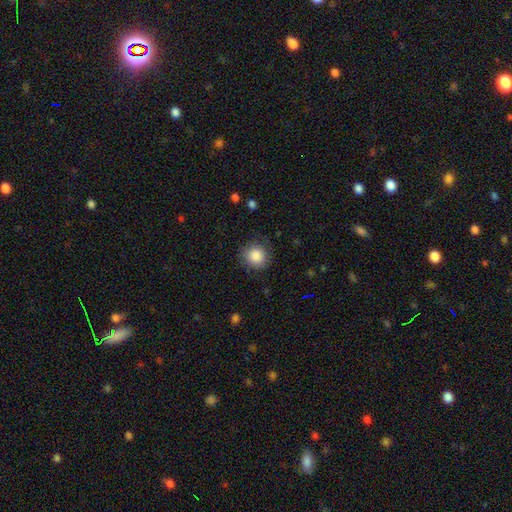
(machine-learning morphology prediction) A smooth galaxy with no disk features (86%) that is round (89%).

Vote fractions:
- Smooth or featured? smooth: 86% / star or artifact: 9% / featured or disk: 5%
- How rounded? round: 89% / in between: 10% / cigar-shaped: 1%
- Merging? none: 84% / minor disturbance: 11% / major disturbance: 3% / merger: 1%